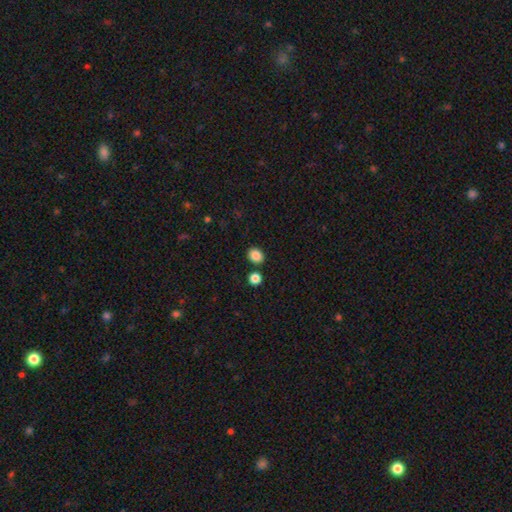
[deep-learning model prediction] Q: Smooth or featured?
A: smooth (86%); runner-up: star or artifact (10%)
Q: How rounded?
A: round (59%); runner-up: in between (40%)
Q: Merging?
A: none (83%); runner-up: minor disturbance (8%)